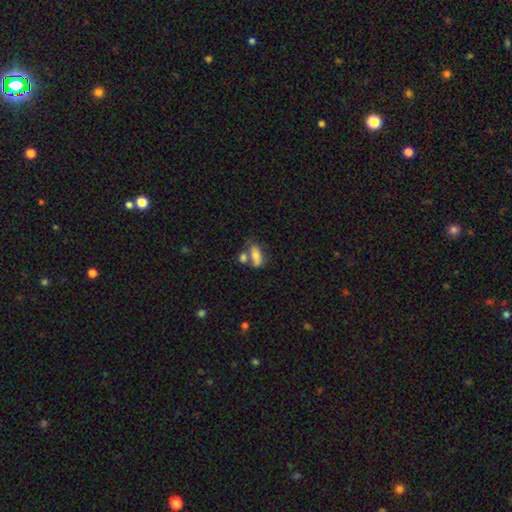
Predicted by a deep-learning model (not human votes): smooth 75%, featured or disk 17%, star or artifact 8%. Down the decision tree: how rounded — in between (82%); merging — none (38%).